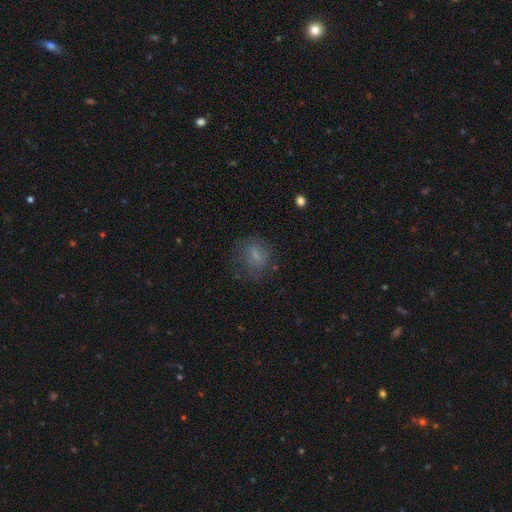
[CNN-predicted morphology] A smooth galaxy with no disk features (61%) that is round (57%). Merging: none (60%).